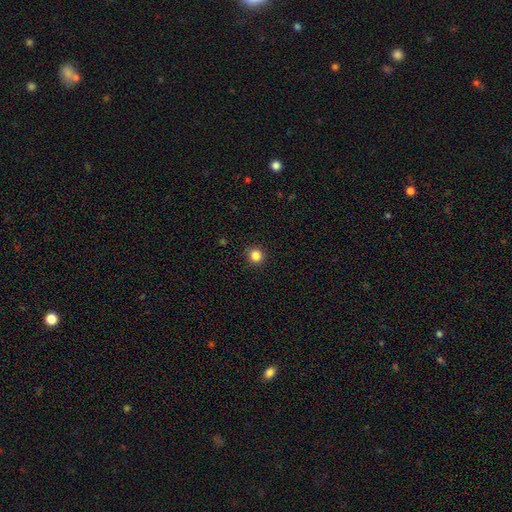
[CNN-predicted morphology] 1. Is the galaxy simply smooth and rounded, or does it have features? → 84% smooth, 12% star or artifact, 4% featured or disk.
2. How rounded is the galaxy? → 94% round, 5% in between, 1% cigar-shaped.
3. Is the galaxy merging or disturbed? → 93% none, 5% minor disturbance, 2% major disturbance, 1% merger.